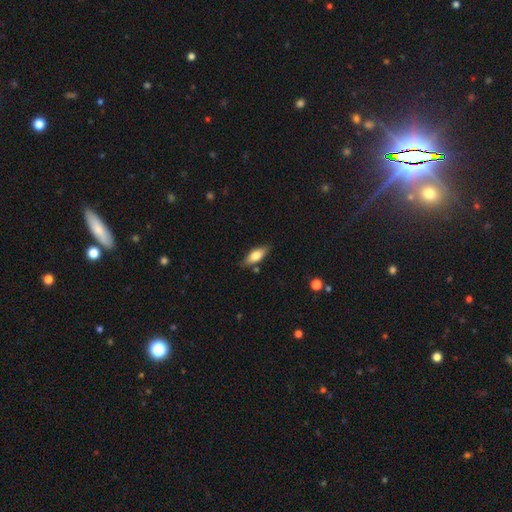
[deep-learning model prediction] smooth_or_featured: smooth (p=0.66) [alt: featured or disk p=0.27]
how_rounded: in between (p=0.74) [alt: cigar-shaped p=0.23]
merging: none (p=0.80) [alt: minor disturbance p=0.14]